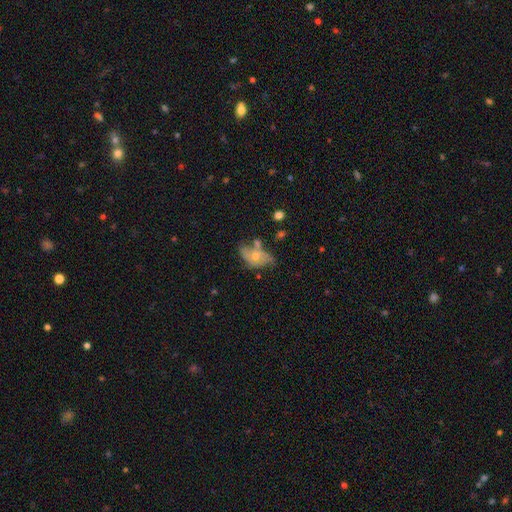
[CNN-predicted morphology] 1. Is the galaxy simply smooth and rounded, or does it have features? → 53% featured or disk, 39% smooth, 8% star or artifact.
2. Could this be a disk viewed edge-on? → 95% no, 5% yes.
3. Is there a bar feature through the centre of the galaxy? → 82% no, 15% weak, 3% strong.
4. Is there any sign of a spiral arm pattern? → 58% yes, 42% no.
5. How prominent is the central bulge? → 52% moderate, 40% small, 3% large, 3% none, 1% dominant.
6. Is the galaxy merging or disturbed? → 34% none, 29% minor disturbance, 19% major disturbance, 18% merger.